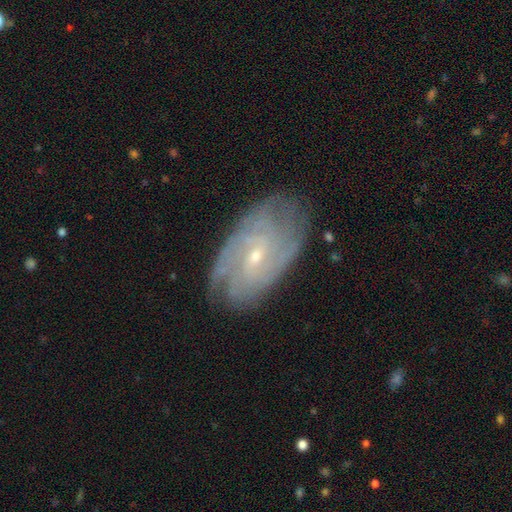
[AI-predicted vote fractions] Smooth or featured?
  - featured or disk: 82% *
  - smooth: 12%
  - star or artifact: 7%
Edge-on disk?
  - no: 94% *
  - yes: 6%
Bar?
  - weak: 46% *
  - no: 45%
  - strong: 10%
Spiral arms?
  - yes: 93% *
  - no: 7%
Spiral winding?
  - tight: 62% *
  - medium: 29%
  - loose: 8%
Spiral arm count?
  - can't tell: 42% *
  - 4: 17%
  - 2: 15%
  - 3: 13%
  - more than 4: 8%
  - 1: 6%
Bulge size?
  - small: 75% *
  - moderate: 22%
  - none: 1%
  - large: 1%
  - dominant: 1%
Merging?
  - none: 77% *
  - minor disturbance: 17%
  - major disturbance: 5%
  - merger: 1%